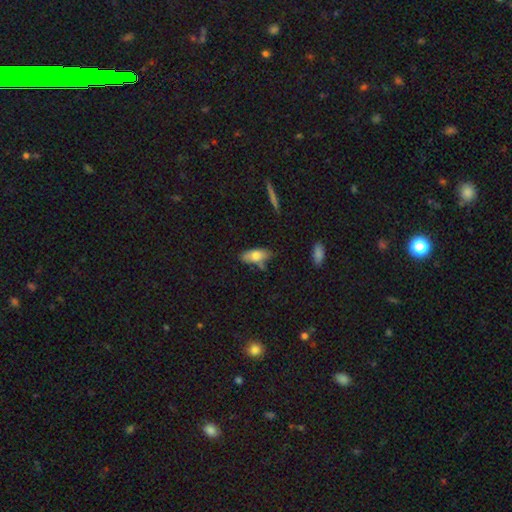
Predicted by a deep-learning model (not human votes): Overall: smooth (74%). How rounded: in between (84%). Merging: none (63%; minor disturbance 24%).